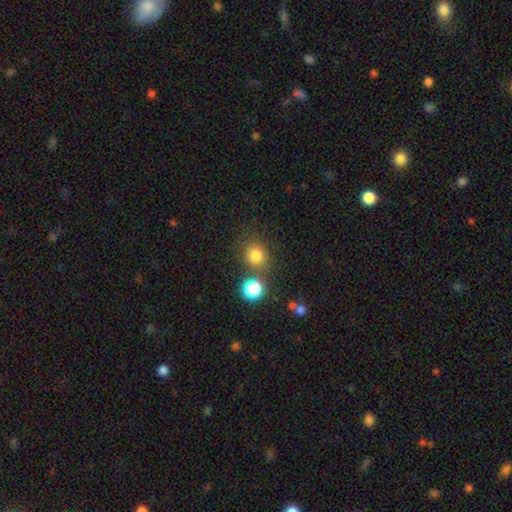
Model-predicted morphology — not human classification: smooth_or_featured: smooth (p=0.79) [alt: star or artifact p=0.15]
how_rounded: round (p=0.80) [alt: in between p=0.19]
merging: none (p=0.76) [alt: minor disturbance p=0.11]